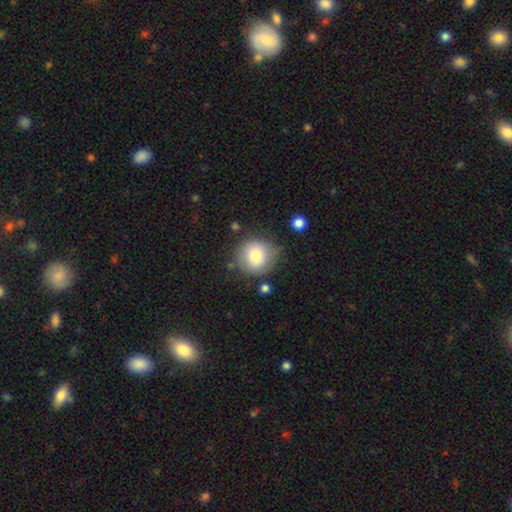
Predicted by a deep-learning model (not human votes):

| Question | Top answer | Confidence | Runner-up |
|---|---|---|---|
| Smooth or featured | smooth | 76% | featured or disk (14%) |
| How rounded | round | 92% | in between (7%) |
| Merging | none | 76% | minor disturbance (15%) |